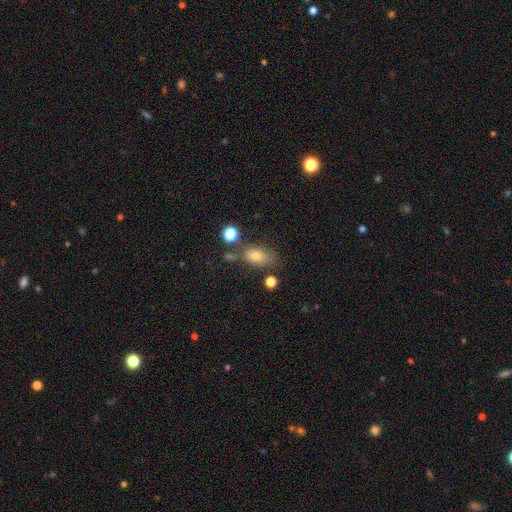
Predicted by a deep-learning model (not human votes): Overall: smooth (72%). How rounded: in between (82%). Merging: none (62%).